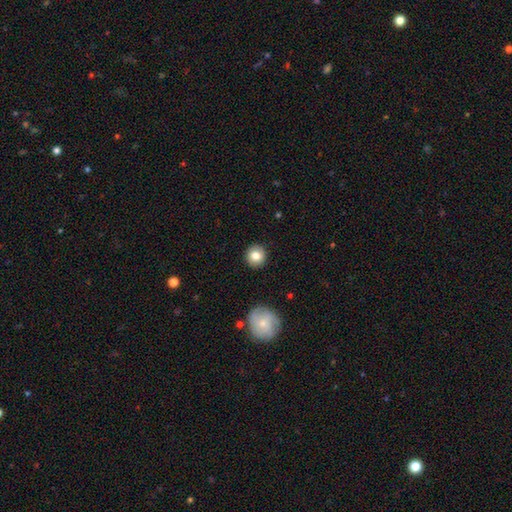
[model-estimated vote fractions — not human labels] This is clearly a smooth galaxy (81%). How rounded: clearly round (92%). Merging: clearly none (91%).